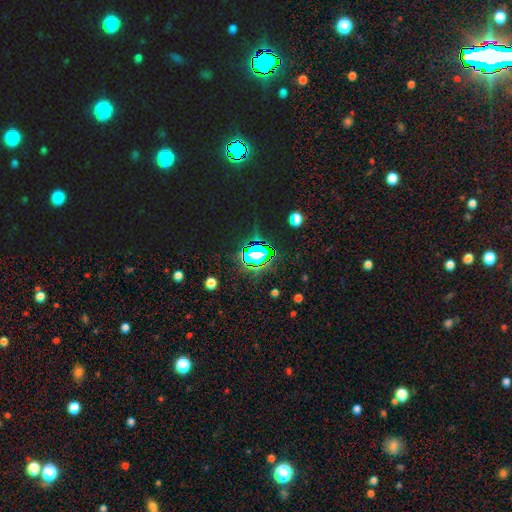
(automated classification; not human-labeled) Smooth or featured? star or artifact (71%)